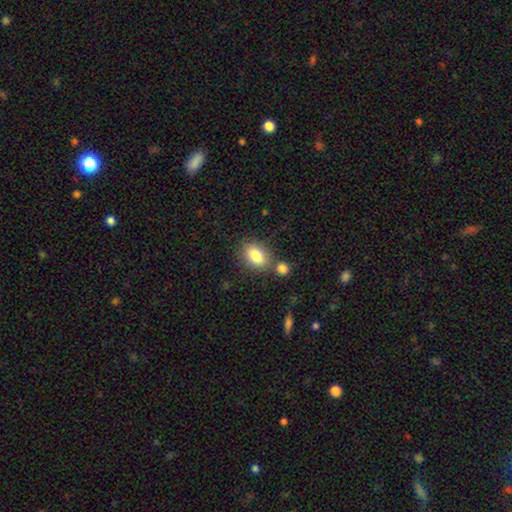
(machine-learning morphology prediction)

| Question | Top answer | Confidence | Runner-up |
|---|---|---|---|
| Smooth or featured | smooth | 82% | featured or disk (10%) |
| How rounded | in between | 82% | round (16%) |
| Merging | none | 68% | merger (16%) |